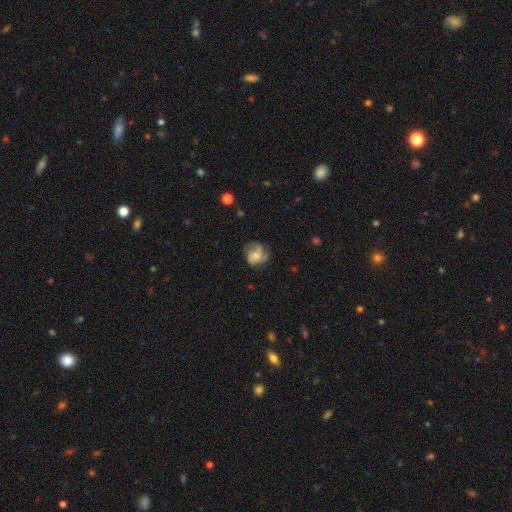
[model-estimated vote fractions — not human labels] featured or disk 65%, smooth 27%, star or artifact 8%. Down the decision tree: edge-on disk — no (98%); bar — no (74%); spiral arms — yes (90%); spiral arm count — 3 (51%); spiral winding — medium (46%); bulge size — small (46%); merging — none (62%).